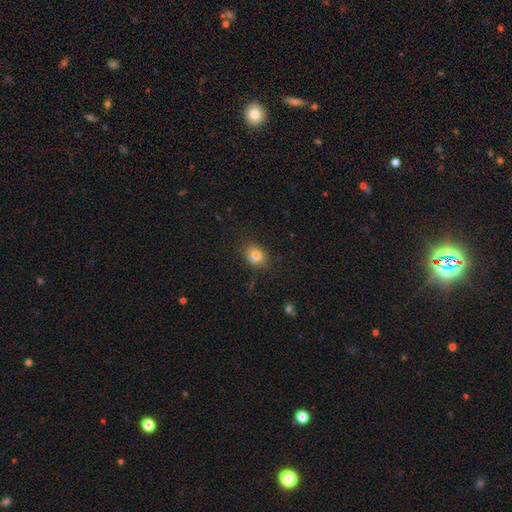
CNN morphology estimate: A smooth galaxy with no disk features (81%) that is round (50%).

Vote fractions:
- Smooth or featured? smooth: 81% / star or artifact: 11% / featured or disk: 8%
- How rounded? round: 50% / in between: 49% / cigar-shaped: 1%
- Merging? none: 76% / minor disturbance: 17% / major disturbance: 4% / merger: 3%